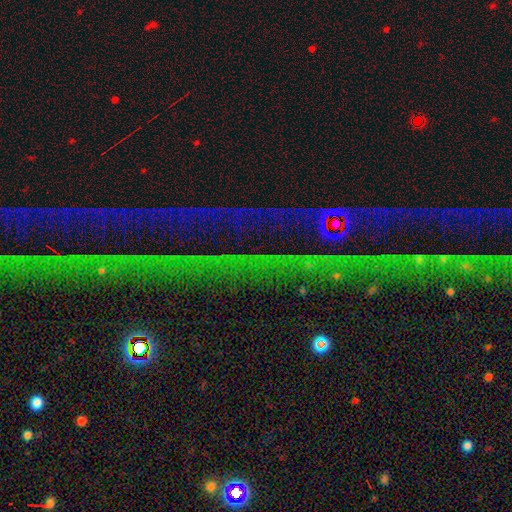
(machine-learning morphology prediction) Q: Smooth or featured?
A: star or artifact (80%); runner-up: featured or disk (11%)